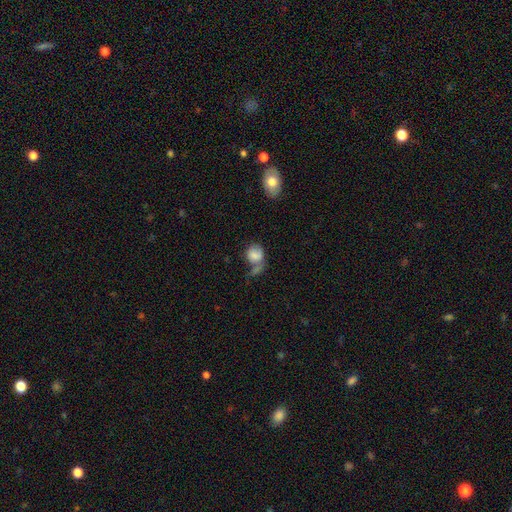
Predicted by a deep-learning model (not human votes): Q: Smooth or featured?
A: smooth (76%); runner-up: featured or disk (16%)
Q: How rounded?
A: round (64%); runner-up: in between (35%)
Q: Merging?
A: none (33%); runner-up: merger (31%)